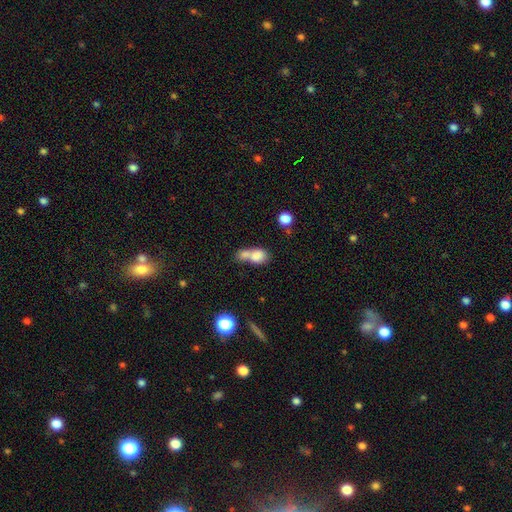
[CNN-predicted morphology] smooth 77%, featured or disk 13%, star or artifact 10%. Down the decision tree: how rounded — in between (64%); merging — merger (68%).